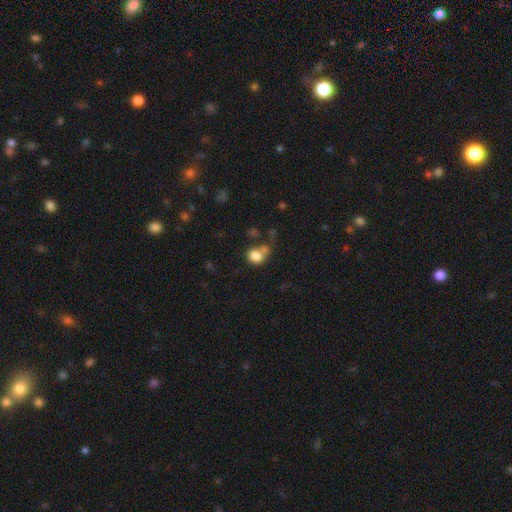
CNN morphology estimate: Smooth or featured: smooth — 82% (star or artifact — 11%)
How rounded: round — 71% (in between — 28%)
Merging: none — 46% (merger — 28%)